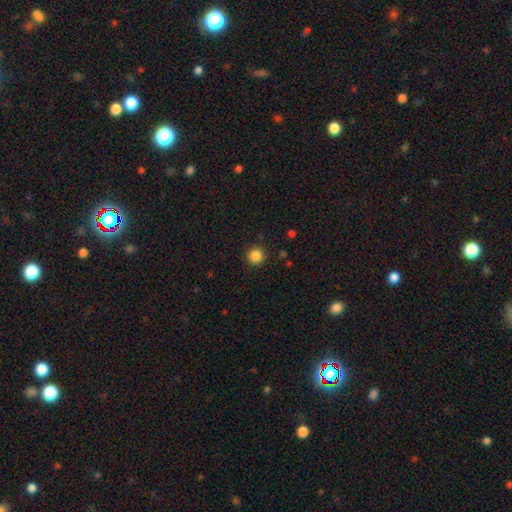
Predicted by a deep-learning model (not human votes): A smooth galaxy with no disk features (86%) that is round (95%).

Vote fractions:
- Smooth or featured? smooth: 86% / star or artifact: 11% / featured or disk: 3%
- How rounded? round: 95% / in between: 4% / cigar-shaped: 1%
- Merging? none: 91% / minor disturbance: 6% / major disturbance: 2% / merger: 1%